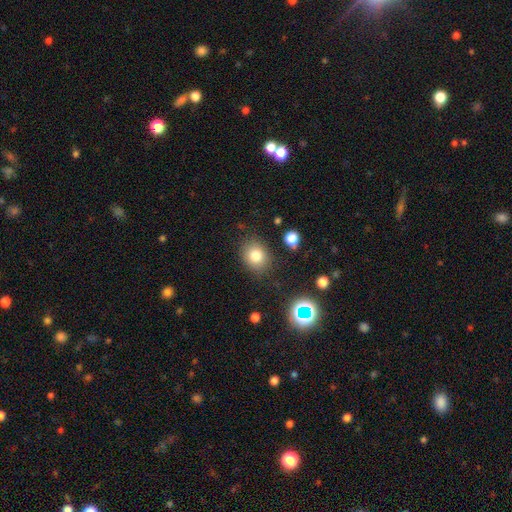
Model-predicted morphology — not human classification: This is likely a smooth galaxy (79%). How rounded: possibly round (59%). Merging: clearly none (82%).